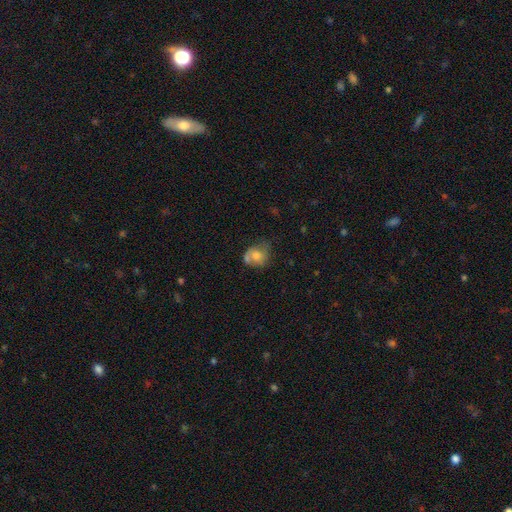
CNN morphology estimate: smooth 56%, featured or disk 35%, star or artifact 9%. Down the decision tree: how rounded — round (60%); merging — none (39%).